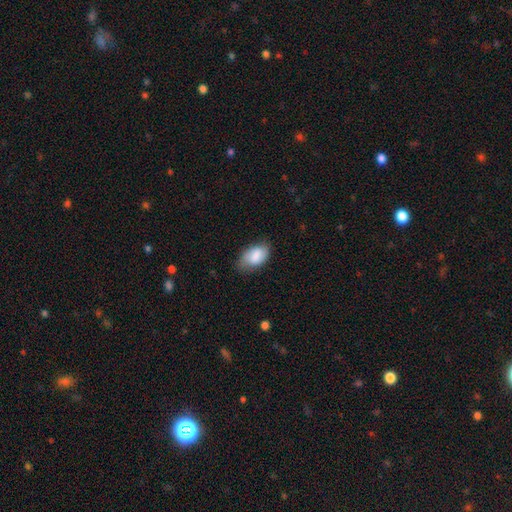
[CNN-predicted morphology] Q: Smooth or featured?
A: smooth (81%); runner-up: featured or disk (13%)
Q: How rounded?
A: in between (93%); runner-up: round (6%)
Q: Merging?
A: none (65%); runner-up: minor disturbance (28%)